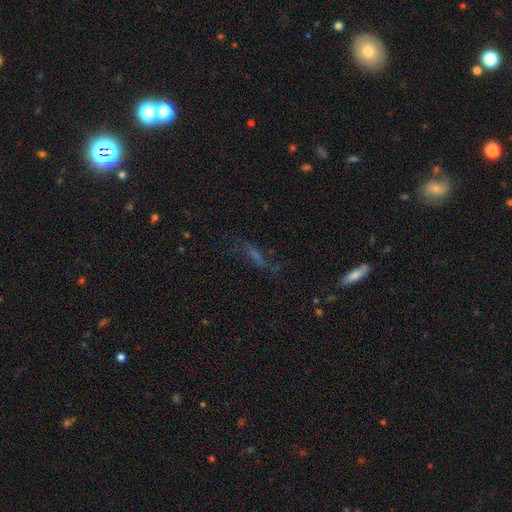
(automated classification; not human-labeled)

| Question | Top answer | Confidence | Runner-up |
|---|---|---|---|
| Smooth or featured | featured or disk | 38% | smooth (34%) |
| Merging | none | 62% | minor disturbance (19%) |